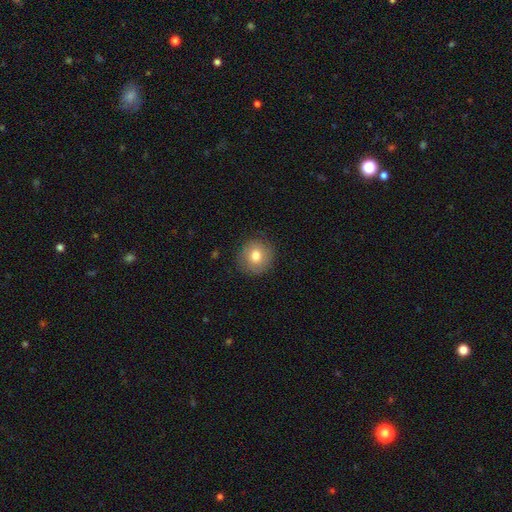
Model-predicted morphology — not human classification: Q: Smooth or featured?
A: smooth (77%); runner-up: featured or disk (14%)
Q: How rounded?
A: round (90%); runner-up: in between (9%)
Q: Merging?
A: none (86%); runner-up: minor disturbance (10%)